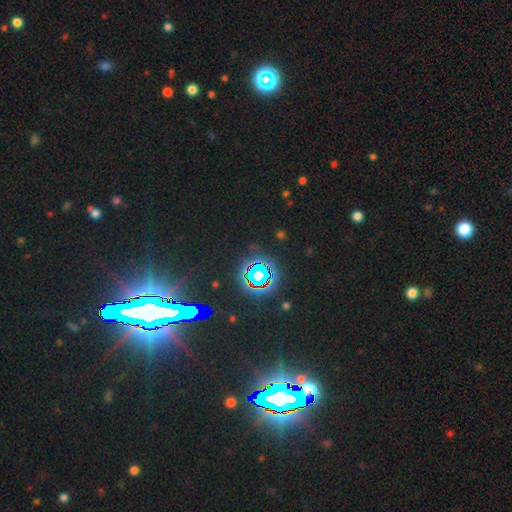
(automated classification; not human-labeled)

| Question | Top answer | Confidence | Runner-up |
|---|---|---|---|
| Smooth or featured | star or artifact | 84% | featured or disk (8%) |